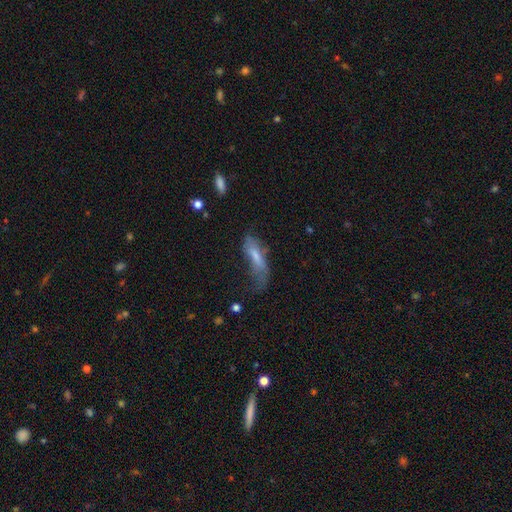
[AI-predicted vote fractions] Smooth or featured?
  - smooth: 53% *
  - featured or disk: 37%
  - star or artifact: 10%
How rounded?
  - cigar-shaped: 49% *
  - in between: 48%
  - round: 2%
Merging?
  - major disturbance: 37% *
  - none: 31%
  - minor disturbance: 28%
  - merger: 4%